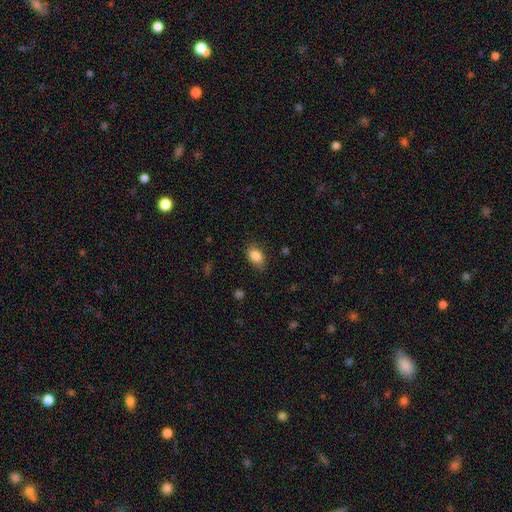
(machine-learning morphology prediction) smooth-or-featured: smooth: 86% | star or artifact: 8% | featured or disk: 6%
  how-rounded: in between: 88% | round: 10% | cigar-shaped: 2%
  merging: none: 80% | minor disturbance: 15% | major disturbance: 3% | merger: 1%